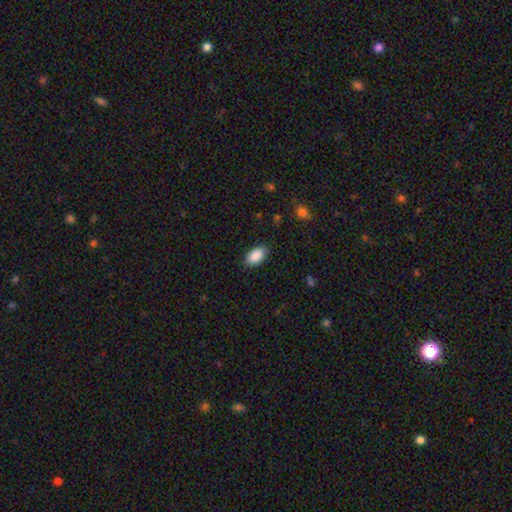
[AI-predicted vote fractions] Overall: smooth (89%). How rounded: in between (94%). Merging: none (86%).